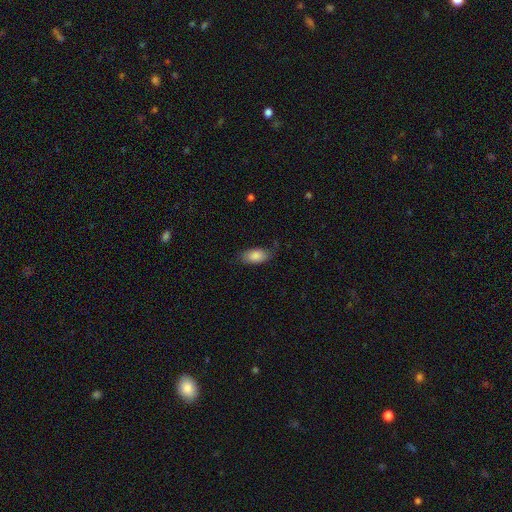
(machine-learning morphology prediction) smooth_or_featured: smooth (p=0.84) [alt: featured or disk p=0.10]
how_rounded: in between (p=0.92) [alt: cigar-shaped p=0.05]
merging: none (p=0.70) [alt: minor disturbance p=0.22]